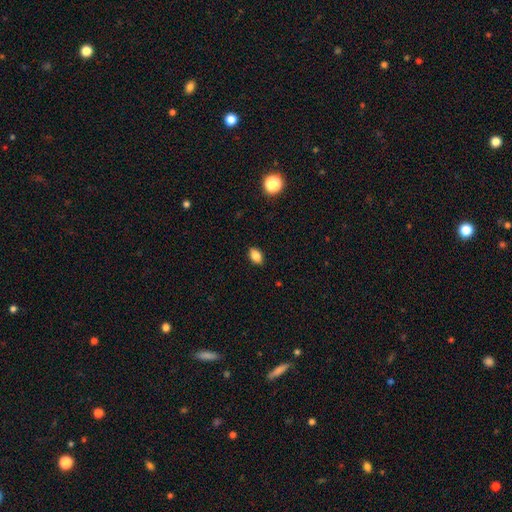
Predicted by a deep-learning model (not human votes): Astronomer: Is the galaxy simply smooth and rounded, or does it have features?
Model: smooth — 86%.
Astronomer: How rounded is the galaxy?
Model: in between — 87%.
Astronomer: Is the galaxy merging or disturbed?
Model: none — 89%.